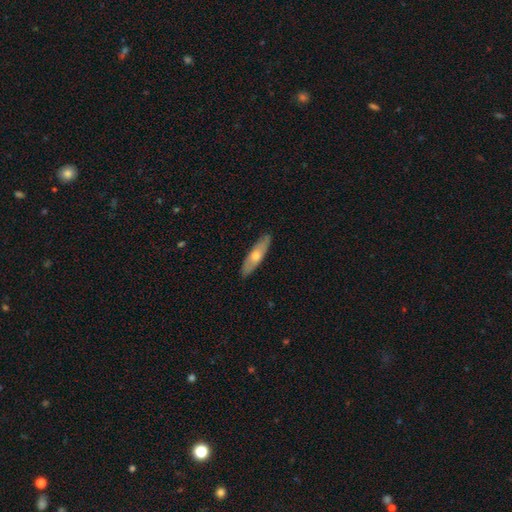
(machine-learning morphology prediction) Smooth or featured? Predicted: smooth (p=0.53). How rounded? Predicted: cigar-shaped (p=0.62). Merging? Predicted: none (p=0.89).